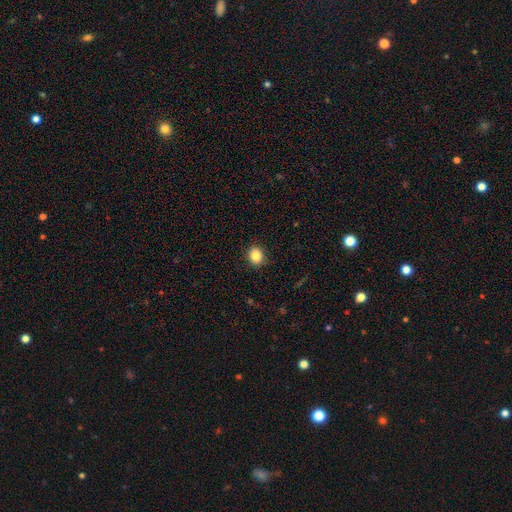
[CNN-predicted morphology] Smooth or featured? smooth (86%)
How rounded? round (63%)
Merging? none (87%)